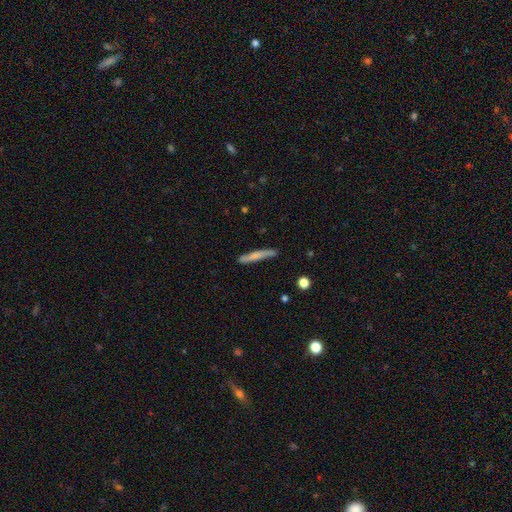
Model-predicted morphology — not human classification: Smooth or featured? smooth (62%)
How rounded? cigar-shaped (94%)
Merging? none (79%)